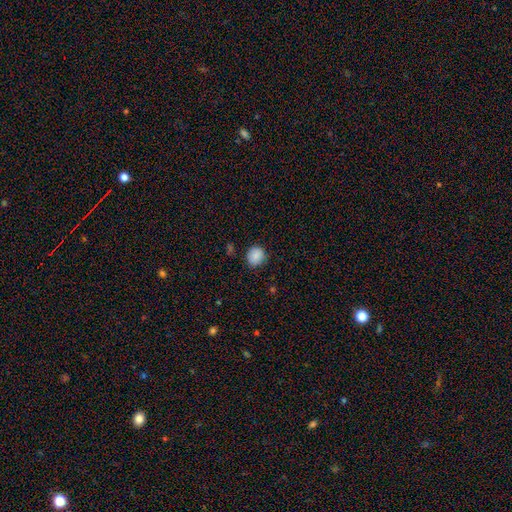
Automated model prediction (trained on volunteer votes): Smooth or featured? smooth (88%)
How rounded? round (75%)
Merging? none (84%)